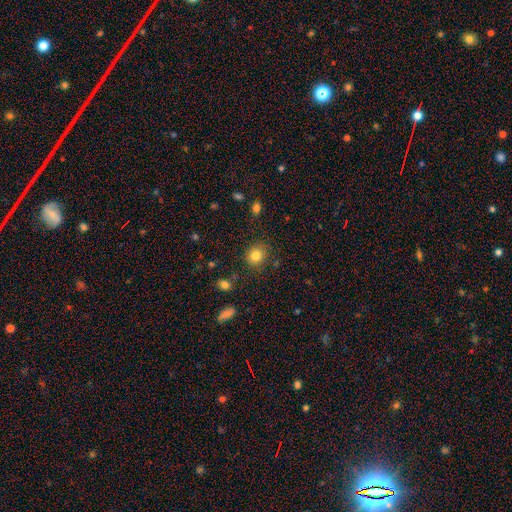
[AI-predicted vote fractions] Smooth or featured? Predicted: smooth (p=0.82). How rounded? Predicted: round (p=0.76). Merging? Predicted: none (p=0.84).